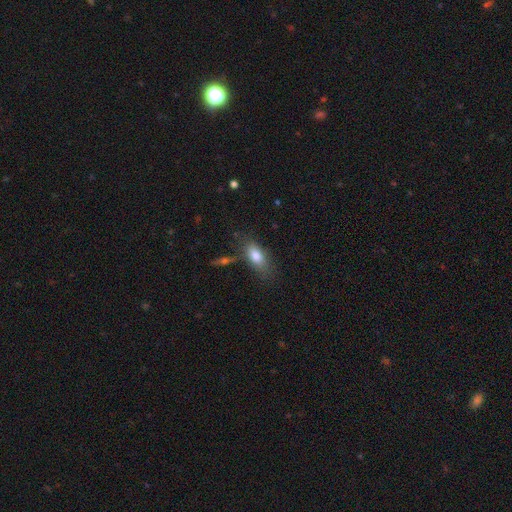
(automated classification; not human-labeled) This appears to be a smooth galaxy with no disk features (79%) that is in between round and cigar-shaped (85%). Merging: none (64%).